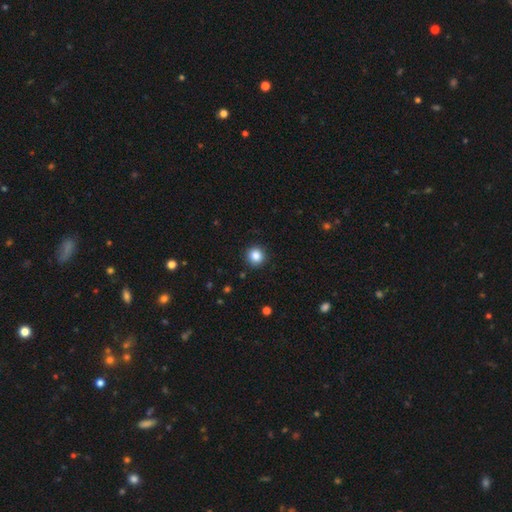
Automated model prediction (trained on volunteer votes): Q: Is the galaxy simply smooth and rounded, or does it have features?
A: smooth — 86%.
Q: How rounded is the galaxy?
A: round — 93%.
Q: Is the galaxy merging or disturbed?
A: none — 91%.